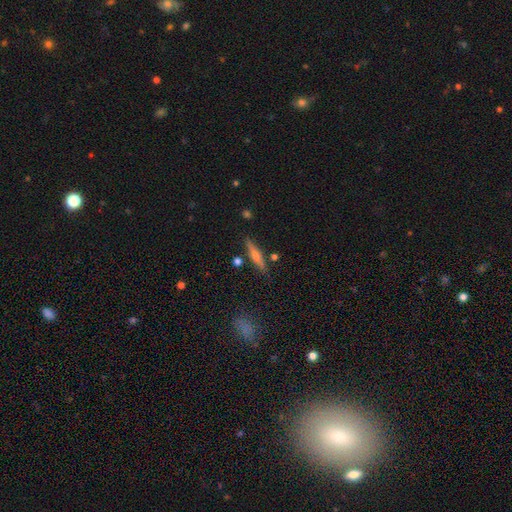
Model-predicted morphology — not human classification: featured or disk 50%, smooth 42%, star or artifact 8%. Down the decision tree: merging — none (83%).